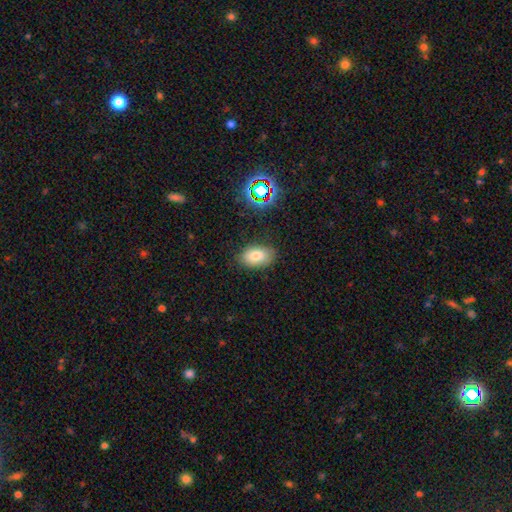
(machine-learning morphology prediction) smooth 78%, star or artifact 12%, featured or disk 11%. Down the decision tree: how rounded — in between (90%); merging — none (82%).